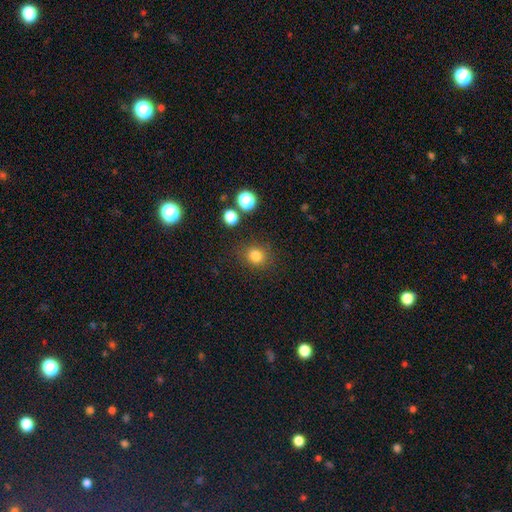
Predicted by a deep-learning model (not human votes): Smooth or featured: smooth — 82% (star or artifact — 13%)
How rounded: round — 81% (in between — 18%)
Merging: none — 83% (minor disturbance — 10%)